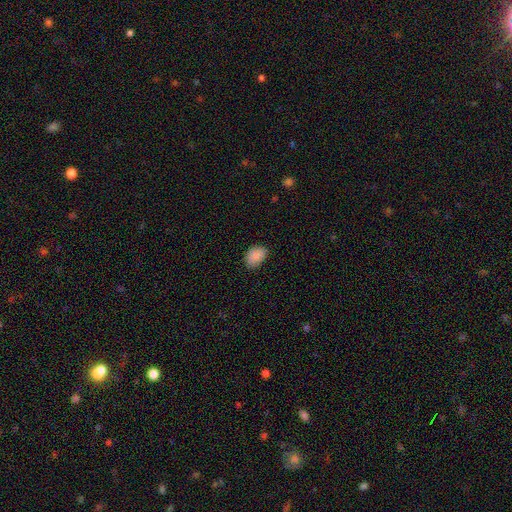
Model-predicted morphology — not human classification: This appears to be a smooth galaxy with no disk features (89%) that is in between round and cigar-shaped (82%). Merging: none (78%).